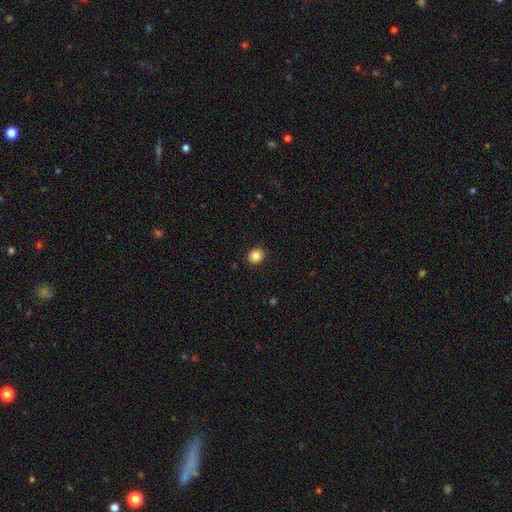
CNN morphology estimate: smooth_or_featured: smooth (p=0.85) [alt: star or artifact p=0.09]
how_rounded: round (p=0.70) [alt: in between p=0.29]
merging: none (p=0.90) [alt: minor disturbance p=0.07]